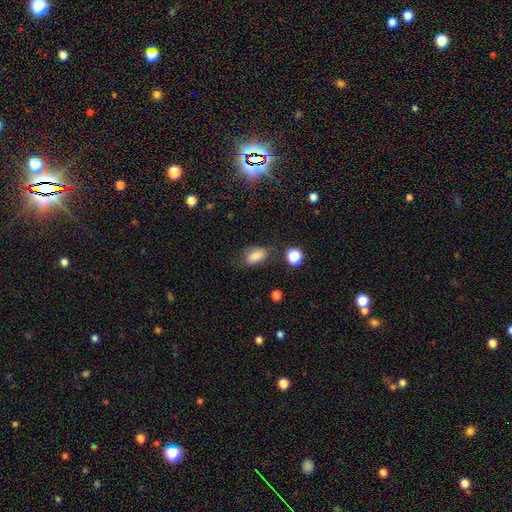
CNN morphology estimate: Smooth or featured? Predicted: smooth (p=0.83). How rounded? Predicted: in between (p=0.88). Merging? Predicted: none (p=0.65).